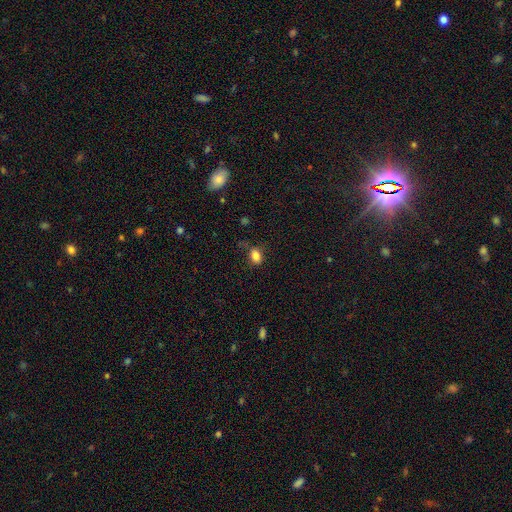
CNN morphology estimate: type=smooth (84%); roundness=in between (74%); merging=none (69%).